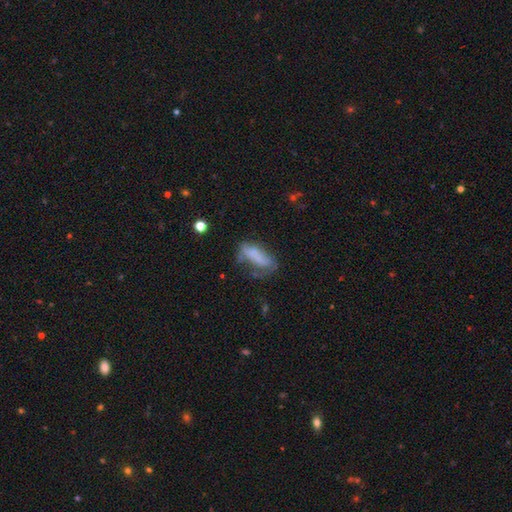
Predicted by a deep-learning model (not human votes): smooth_or_featured: smooth (p=0.63) [alt: featured or disk p=0.25]
how_rounded: in between (p=0.65) [alt: cigar-shaped p=0.32]
merging: none (p=0.35) [alt: minor disturbance p=0.30]